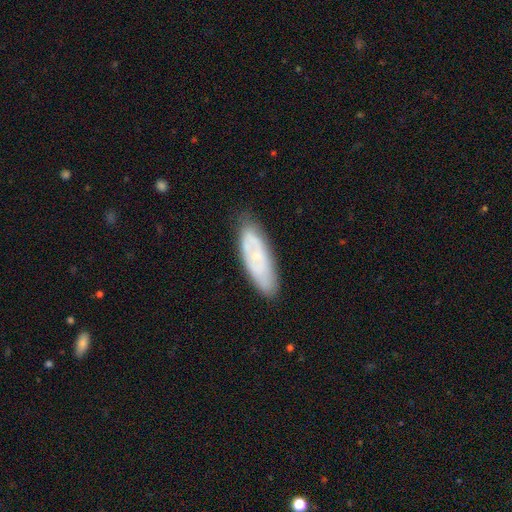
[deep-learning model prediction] featured or disk 50%, smooth 42%, star or artifact 8%. Down the decision tree: edge-on disk — no (81%); merging — none (79%).